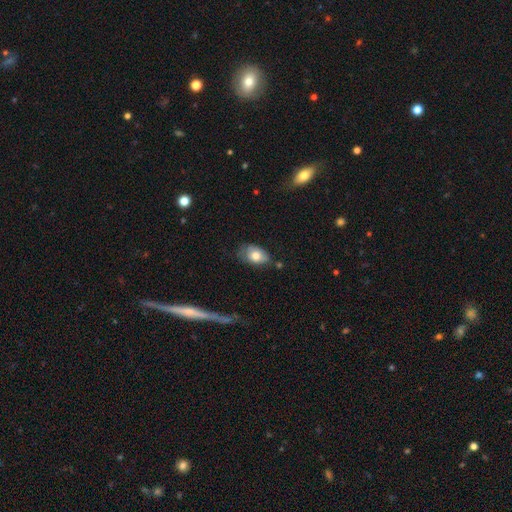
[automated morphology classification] A smooth galaxy with no disk features (76%) that is in between round and cigar-shaped (86%). Merging: none (54%).